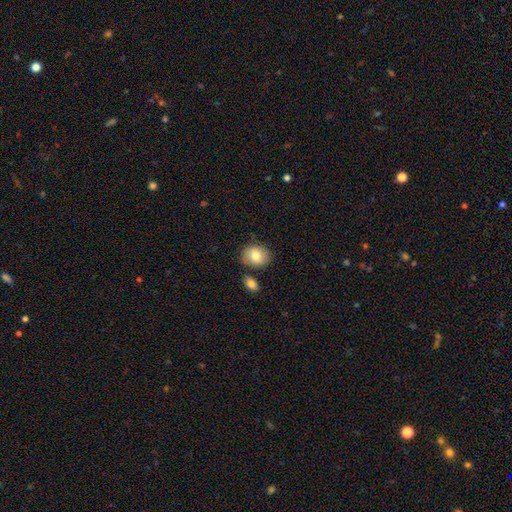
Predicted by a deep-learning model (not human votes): Smooth or featured?
  - smooth: 80% *
  - featured or disk: 13%
  - star or artifact: 7%
How rounded?
  - in between: 54% *
  - round: 45%
  - cigar-shaped: 1%
Merging?
  - none: 71% *
  - minor disturbance: 16%
  - merger: 10%
  - major disturbance: 4%